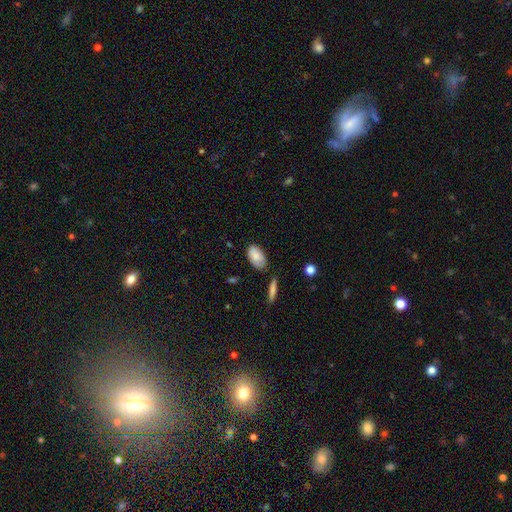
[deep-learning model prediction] smooth_or_featured: smooth (p=0.77) [alt: featured or disk p=0.16]
how_rounded: in between (p=0.94) [alt: round p=0.04]
merging: none (p=0.69) [alt: minor disturbance p=0.23]